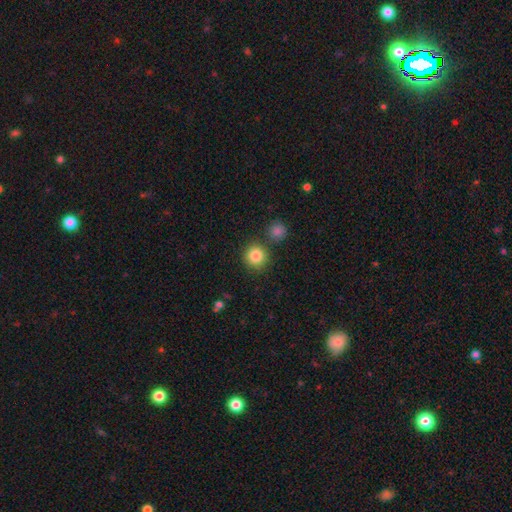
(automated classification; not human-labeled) Q: Smooth or featured?
A: smooth (85%); runner-up: star or artifact (10%)
Q: How rounded?
A: round (93%); runner-up: in between (6%)
Q: Merging?
A: none (80%); runner-up: merger (10%)